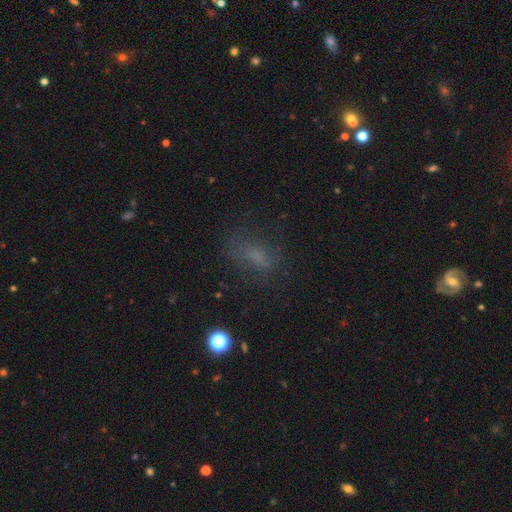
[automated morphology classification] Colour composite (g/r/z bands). It shows a smooth galaxy with no disk features (57%) that is in between round and cigar-shaped (76%). Merging: none (61%).